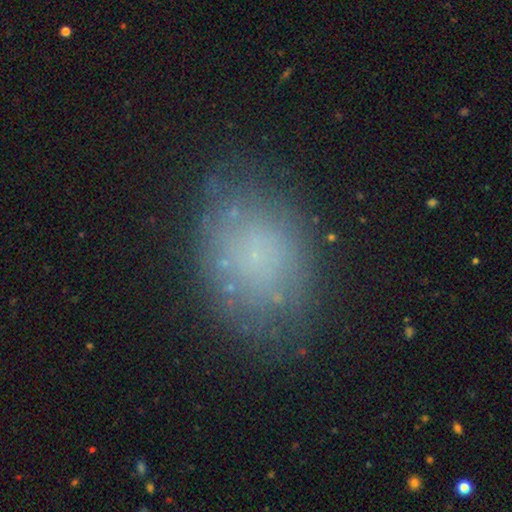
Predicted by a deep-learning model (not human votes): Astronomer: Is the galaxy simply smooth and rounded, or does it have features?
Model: smooth — 66%.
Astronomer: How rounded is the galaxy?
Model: in between — 74%.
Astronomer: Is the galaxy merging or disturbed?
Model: none — 74%.